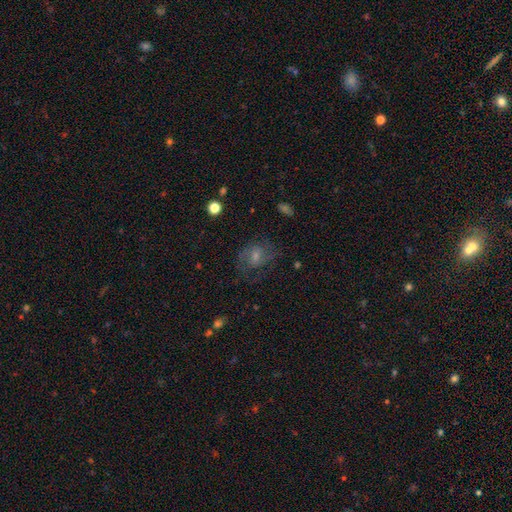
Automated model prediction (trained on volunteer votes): Smooth or featured?
  - featured or disk: 54% *
  - smooth: 26%
  - star or artifact: 20%
Edge-on disk?
  - no: 96% *
  - yes: 4%
Bar?
  - no: 50% *
  - weak: 42%
  - strong: 9%
Spiral arms?
  - yes: 83% *
  - no: 17%
Bulge size?
  - small: 41% * (tied)
  - moderate: 41% * (tied)
  - none: 9%
  - large: 6%
  - dominant: 2%
Merging?
  - none: 68% *
  - minor disturbance: 18%
  - major disturbance: 13%
  - merger: 2%